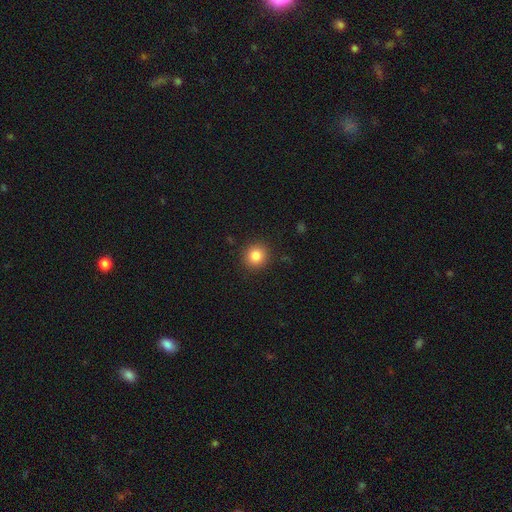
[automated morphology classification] Smooth or featured? smooth (84%)
How rounded? round (90%)
Merging? none (90%)